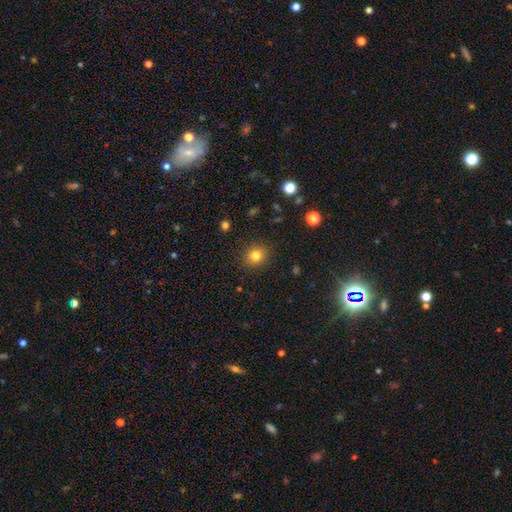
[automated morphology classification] type=smooth (81%); roundness=round (83%); merging=none (90%).